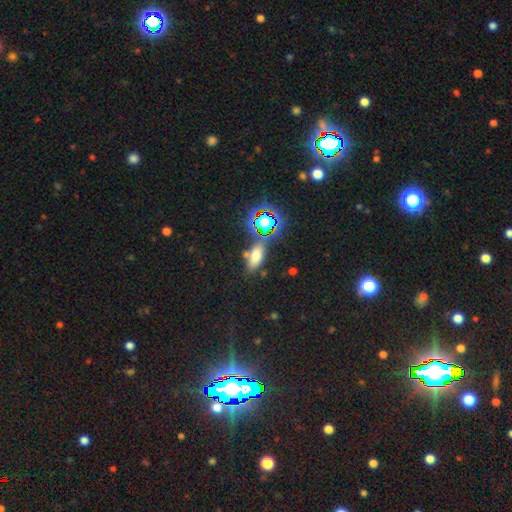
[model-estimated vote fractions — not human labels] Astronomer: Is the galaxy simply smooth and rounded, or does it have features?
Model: smooth — 61%.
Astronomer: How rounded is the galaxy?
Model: in between — 75%.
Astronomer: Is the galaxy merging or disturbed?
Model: none — 68%.